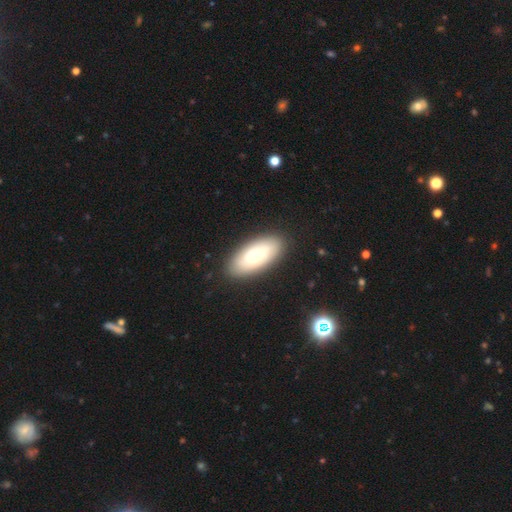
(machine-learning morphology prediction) smooth-or-featured: smooth: 70% | featured or disk: 24% | star or artifact: 6%
  how-rounded: in between: 87% | cigar-shaped: 11% | round: 2%
  merging: none: 88% | minor disturbance: 8% | major disturbance: 3% | merger: 1%